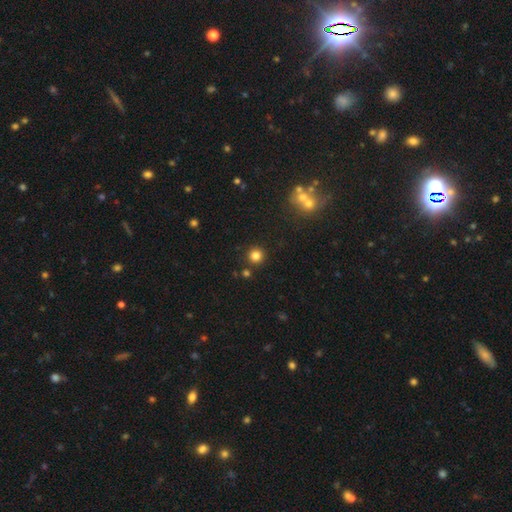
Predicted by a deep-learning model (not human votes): A smooth galaxy with no disk features (81%) that is round (95%). Merging: none (88%).